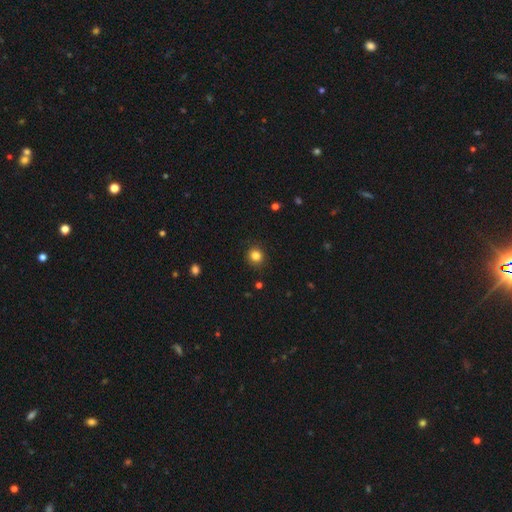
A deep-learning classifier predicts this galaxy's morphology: Q: Smooth or featured?
A: smooth (83%); runner-up: star or artifact (12%)
Q: How rounded?
A: round (90%); runner-up: in between (9%)
Q: Merging?
A: none (90%); runner-up: minor disturbance (7%)